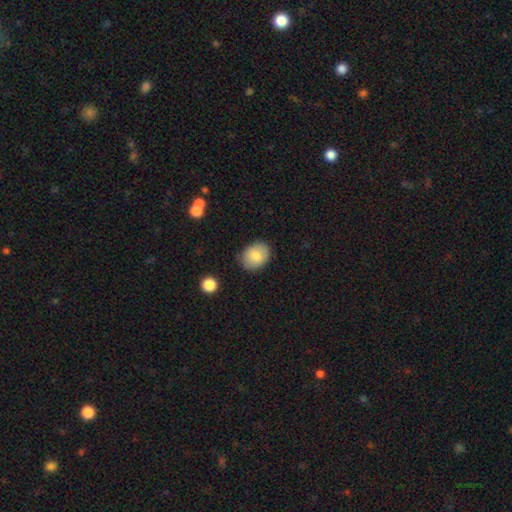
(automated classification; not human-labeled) A smooth galaxy with no disk features (82%) that is in between round and cigar-shaped (62%).

Vote fractions:
- Smooth or featured? smooth: 82% / featured or disk: 10% / star or artifact: 7%
- How rounded? in between: 62% / round: 37% / cigar-shaped: 1%
- Merging? none: 83% / minor disturbance: 13% / major disturbance: 3% / merger: 2%